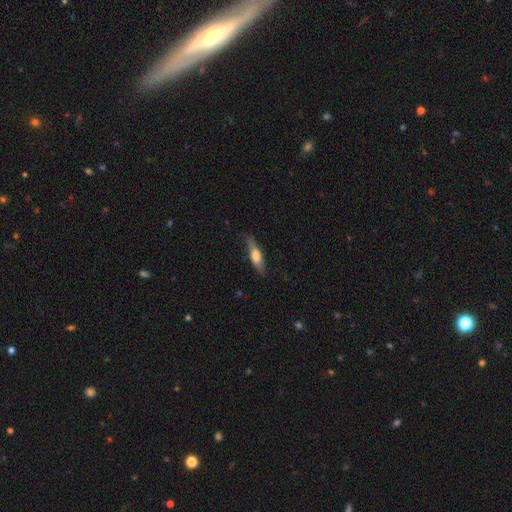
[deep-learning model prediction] Morphology: type=smooth (57%); roundness=cigar-shaped (65%); merging=none (73%).